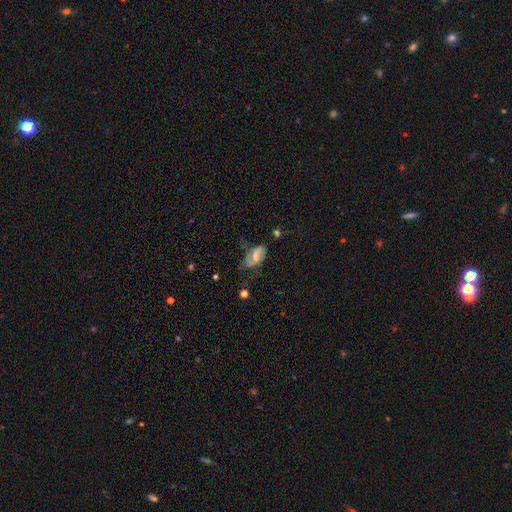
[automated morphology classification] smooth_or_featured: smooth (p=0.47) [alt: featured or disk p=0.43]
merging: none (p=0.37) [alt: minor disturbance p=0.31]